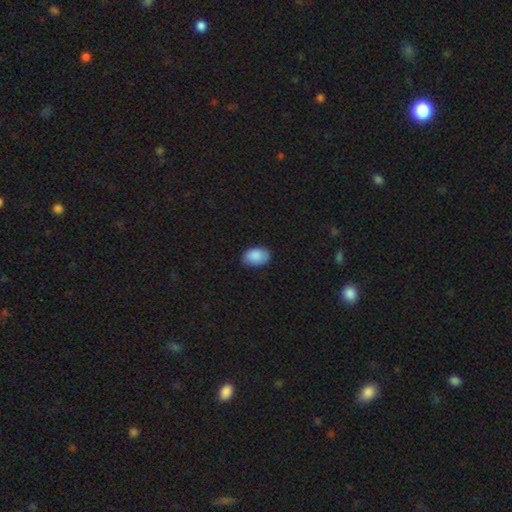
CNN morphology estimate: Overall: smooth (89%). How rounded: in between (87%). Merging: none (80%).